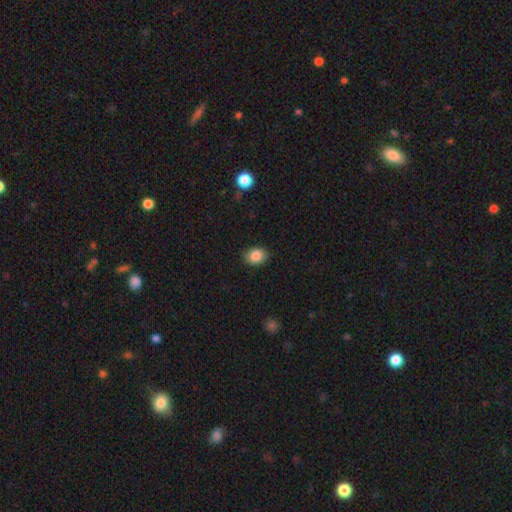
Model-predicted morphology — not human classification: Q: Smooth or featured?
A: smooth (86%); runner-up: star or artifact (9%)
Q: How rounded?
A: in between (69%); runner-up: round (30%)
Q: Merging?
A: none (86%); runner-up: minor disturbance (10%)